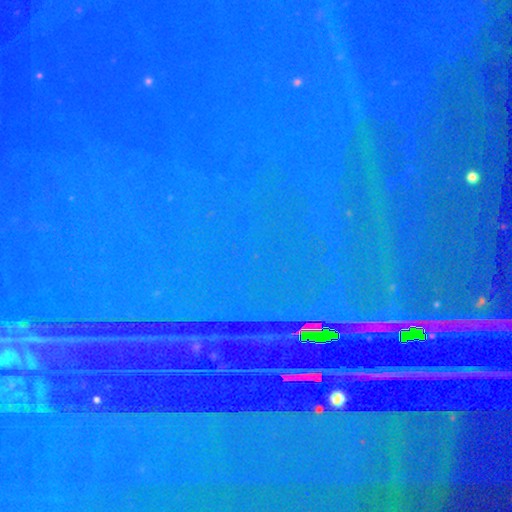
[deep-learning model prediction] smooth_or_featured: star or artifact (p=0.87) [alt: featured or disk p=0.07]